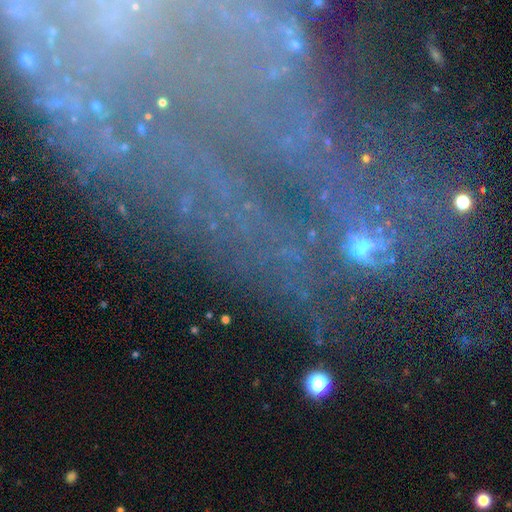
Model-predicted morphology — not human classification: Smooth or featured? star or artifact (47%)